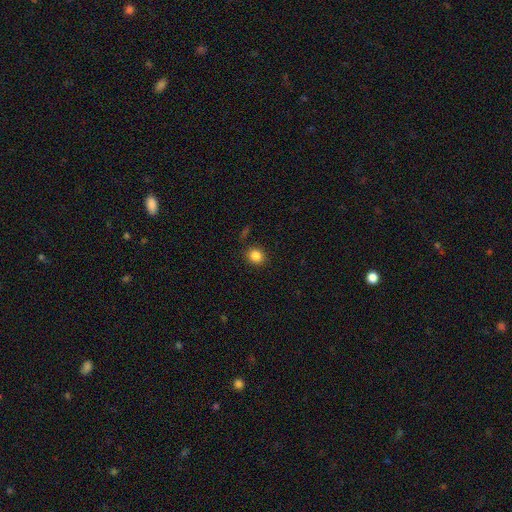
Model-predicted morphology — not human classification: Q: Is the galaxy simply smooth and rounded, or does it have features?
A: smooth — 85%.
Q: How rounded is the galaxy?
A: round — 81%.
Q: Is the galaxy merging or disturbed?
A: none — 88%.